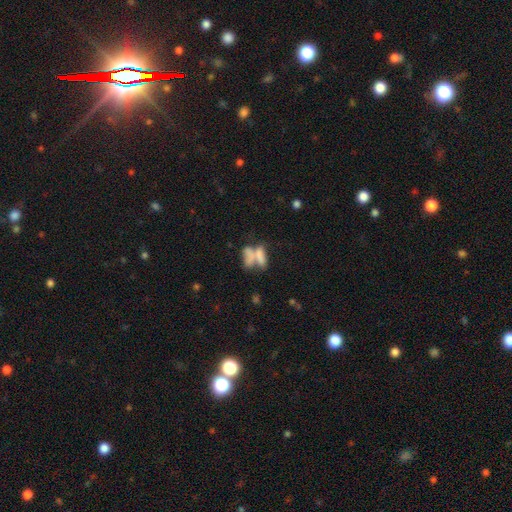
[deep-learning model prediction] Smooth or featured: smooth — 66% (featured or disk — 23%)
How rounded: in between — 65% (cigar-shaped — 26%)
Merging: merger — 60% (none — 23%)